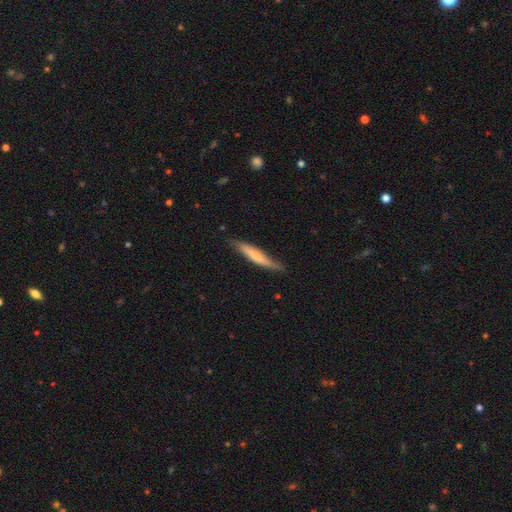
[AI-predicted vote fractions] Smooth or featured? smooth (58%)
How rounded? cigar-shaped (92%)
Merging? none (77%)